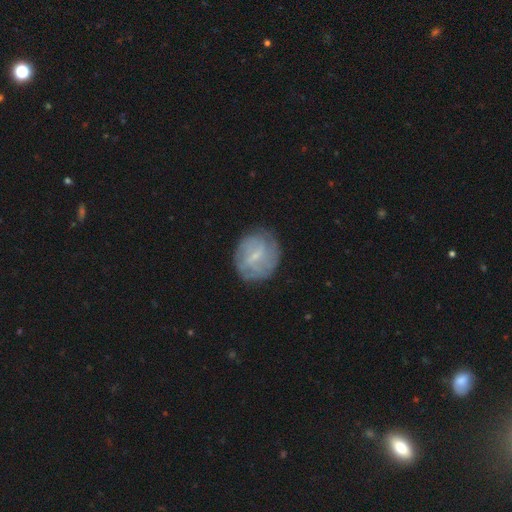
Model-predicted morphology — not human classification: This appears to be a featured or disk galaxy (62%) with a weak bar (61%), spiral arms (76%) and a small central bulge (70%). Merging: none (76%).